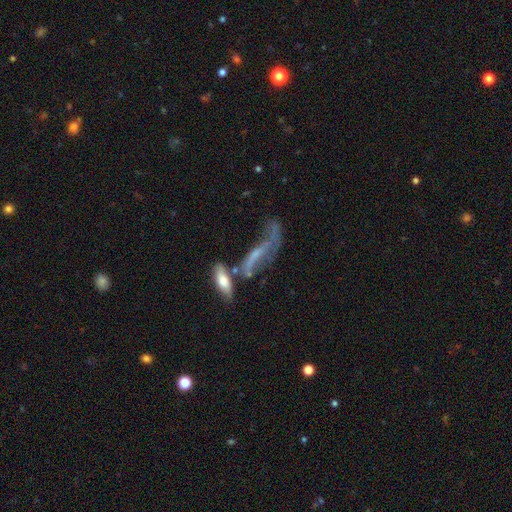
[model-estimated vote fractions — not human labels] Smooth or featured? featured or disk (61%)
Edge-on disk? no (65%)
Merging? none (30%)